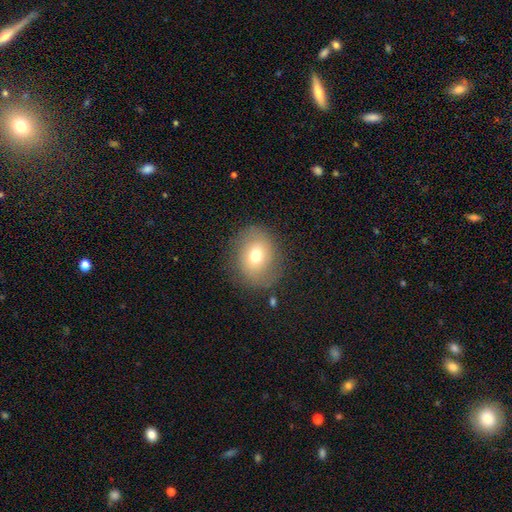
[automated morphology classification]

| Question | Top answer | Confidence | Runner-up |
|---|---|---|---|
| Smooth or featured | smooth | 67% | featured or disk (21%) |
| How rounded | round | 57% | in between (42%) |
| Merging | none | 78% | minor disturbance (14%) |